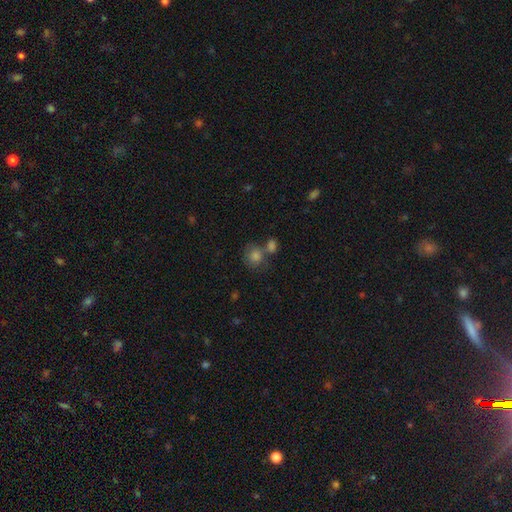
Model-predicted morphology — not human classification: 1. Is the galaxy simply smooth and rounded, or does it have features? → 77% smooth, 13% star or artifact, 10% featured or disk.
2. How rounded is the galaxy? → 78% round, 21% in between, 1% cigar-shaped.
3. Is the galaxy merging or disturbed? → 53% none, 29% merger, 12% minor disturbance, 5% major disturbance.